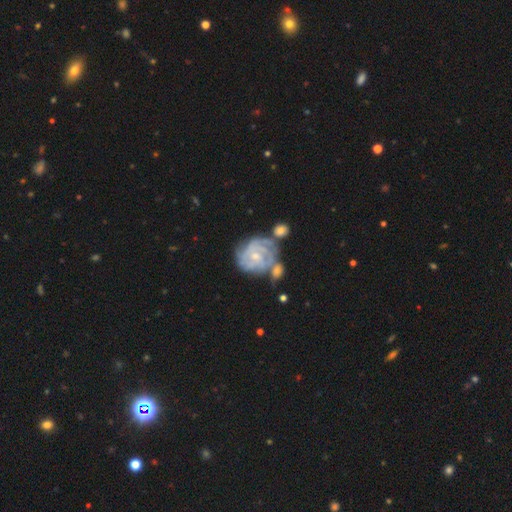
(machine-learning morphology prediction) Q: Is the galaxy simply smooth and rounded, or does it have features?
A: featured or disk — 82%.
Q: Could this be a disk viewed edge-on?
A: no — 98%.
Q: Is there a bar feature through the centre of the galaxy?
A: no — 68%.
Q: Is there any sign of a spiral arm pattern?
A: yes — 93%.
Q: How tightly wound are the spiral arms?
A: tight — 73%.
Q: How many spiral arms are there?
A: can't tell — 37%.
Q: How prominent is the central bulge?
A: small — 64%.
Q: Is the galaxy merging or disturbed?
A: none — 40%.